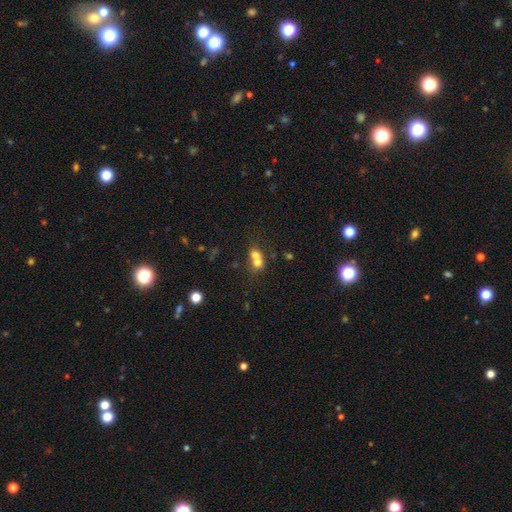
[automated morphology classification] smooth 66%, featured or disk 20%, star or artifact 14%. Down the decision tree: how rounded — round (70%); merging — merger (69%).